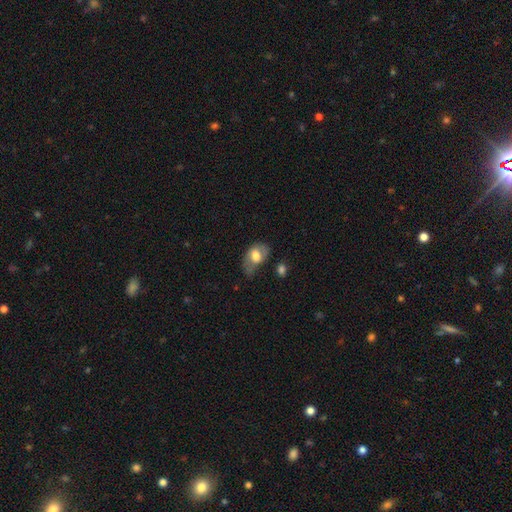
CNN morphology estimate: Q: Smooth or featured?
A: smooth (63%); runner-up: featured or disk (30%)
Q: How rounded?
A: in between (85%); runner-up: round (14%)
Q: Merging?
A: minor disturbance (35%); runner-up: none (33%)